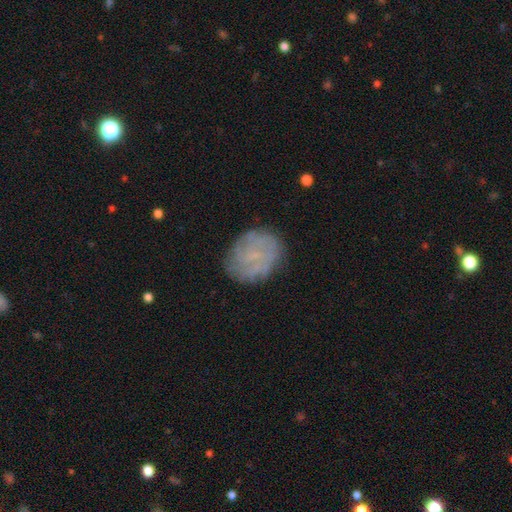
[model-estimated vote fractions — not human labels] Smooth or featured? Predicted: featured or disk (p=0.50). Merging? Predicted: none (p=0.77).